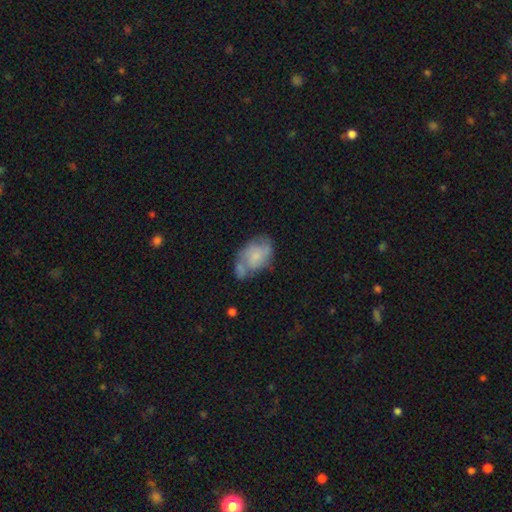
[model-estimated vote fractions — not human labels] Q: Smooth or featured?
A: smooth (51%); runner-up: featured or disk (41%)
Q: How rounded?
A: in between (83%); runner-up: round (15%)
Q: Merging?
A: none (33%); runner-up: merger (27%)